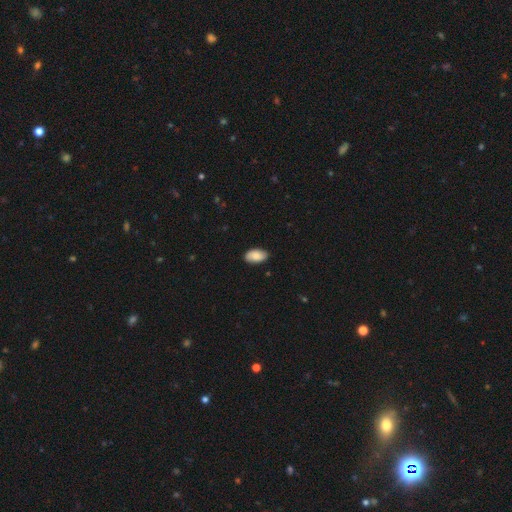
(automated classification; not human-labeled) A smooth galaxy with no disk features (83%) that is in between round and cigar-shaped (95%). Merging: none (86%).